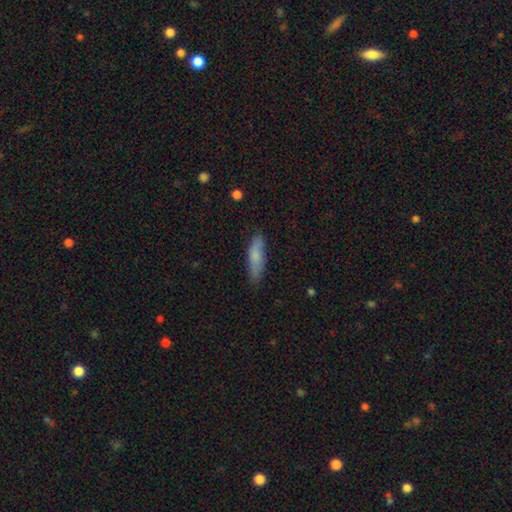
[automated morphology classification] Smooth or featured? smooth (77%)
How rounded? cigar-shaped (64%)
Merging? none (81%)